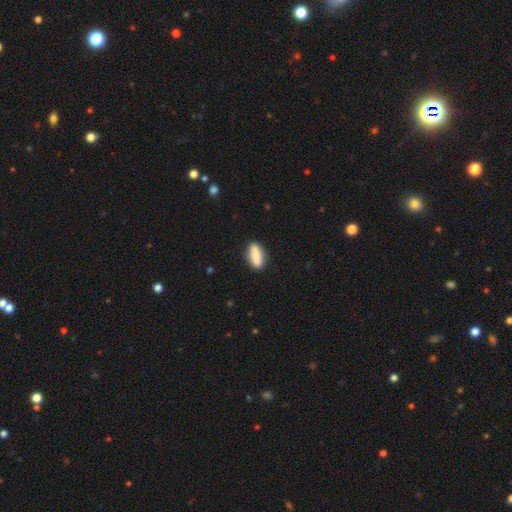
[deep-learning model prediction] This is clearly a smooth galaxy (81%). How rounded: likely in between (63%). Merging: clearly none (88%).